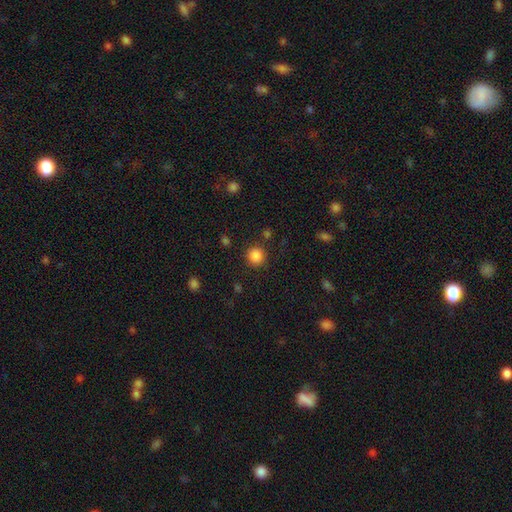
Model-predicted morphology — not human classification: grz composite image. It shows a smooth galaxy with no disk features (86%) that is round (92%). Merging: none (87%).